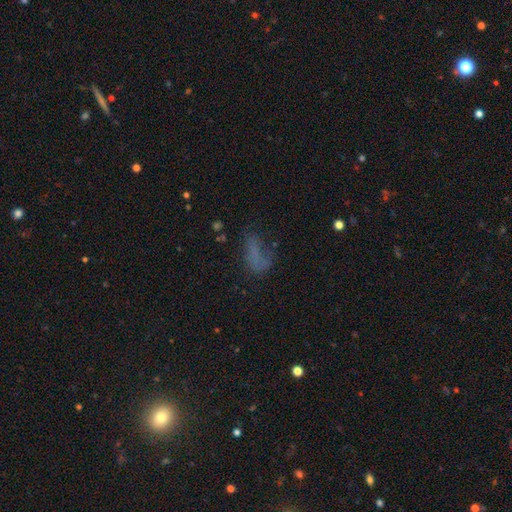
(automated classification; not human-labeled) This appears to be a smooth galaxy with no disk features (50%) that is in between round and cigar-shaped (77%). Merging: none (37%).